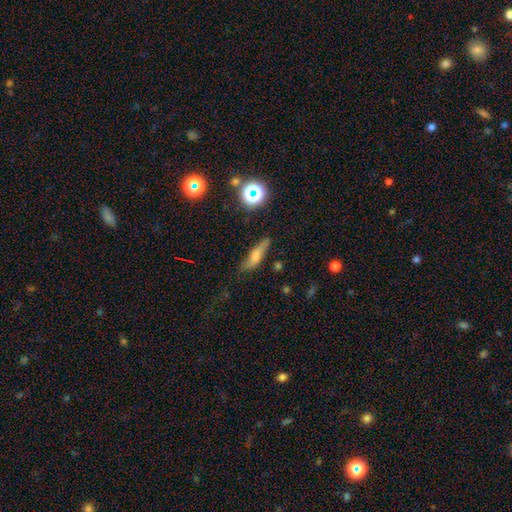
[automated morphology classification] Overall: smooth (62%; featured or disk 25%). How rounded: cigar-shaped (60%; in between 35%). Merging: none (64%; minor disturbance 25%).